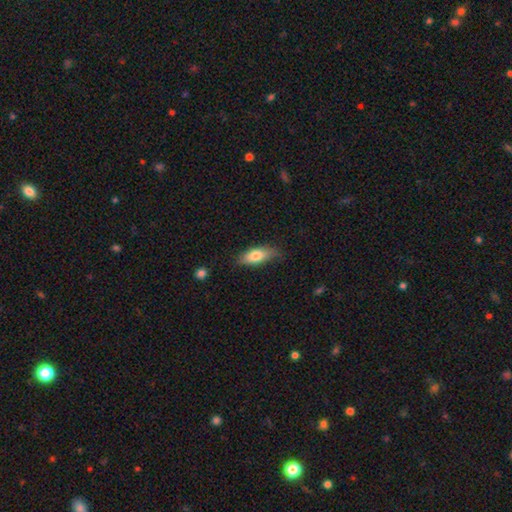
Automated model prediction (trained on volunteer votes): Smooth or featured? Predicted: smooth (p=0.76). How rounded? Predicted: in between (p=0.76). Merging? Predicted: none (p=0.72).